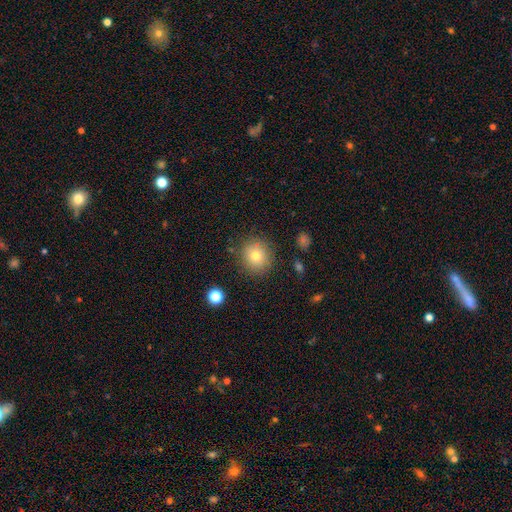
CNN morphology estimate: smooth-or-featured: smooth: 75% | featured or disk: 13% | star or artifact: 12%
  how-rounded: round: 89% | in between: 11% | cigar-shaped: 1%
  merging: none: 86% | minor disturbance: 9% | major disturbance: 3% | merger: 2%